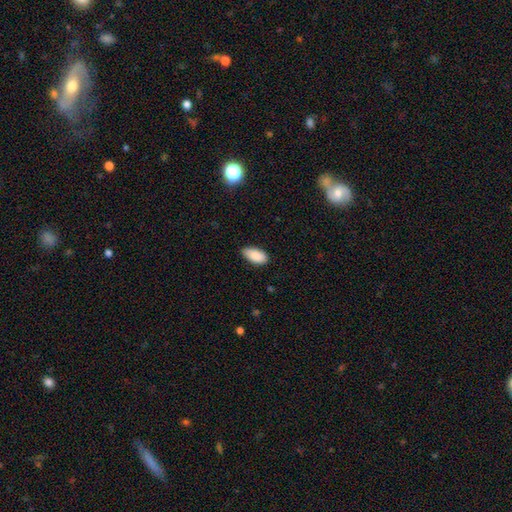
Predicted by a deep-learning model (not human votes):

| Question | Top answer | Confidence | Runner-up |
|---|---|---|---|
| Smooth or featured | smooth | 89% | star or artifact (7%) |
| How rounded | in between | 94% | cigar-shaped (4%) |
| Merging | none | 80% | minor disturbance (17%) |